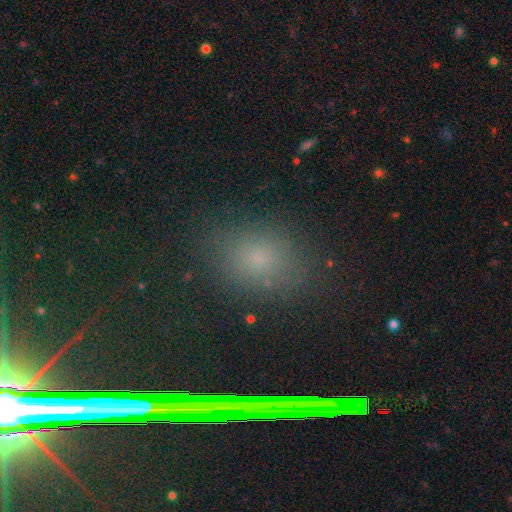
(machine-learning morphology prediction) smooth 64%, star or artifact 28%, featured or disk 9%. Down the decision tree: how rounded — round (51%); merging — none (85%).